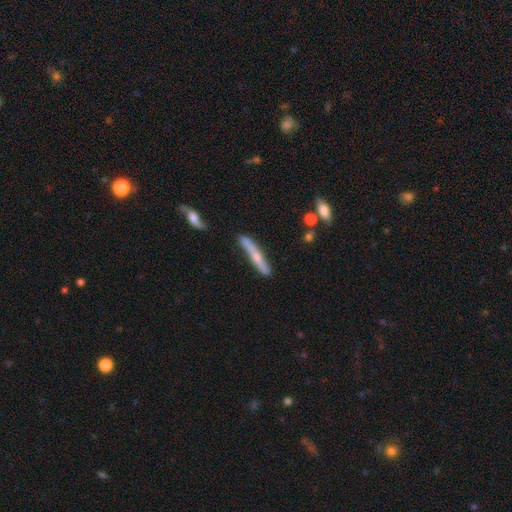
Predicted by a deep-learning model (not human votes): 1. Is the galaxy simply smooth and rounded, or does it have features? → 53% featured or disk, 40% smooth, 7% star or artifact.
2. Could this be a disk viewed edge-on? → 84% yes, 16% no.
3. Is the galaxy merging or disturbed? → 70% none, 20% minor disturbance, 5% merger, 5% major disturbance.